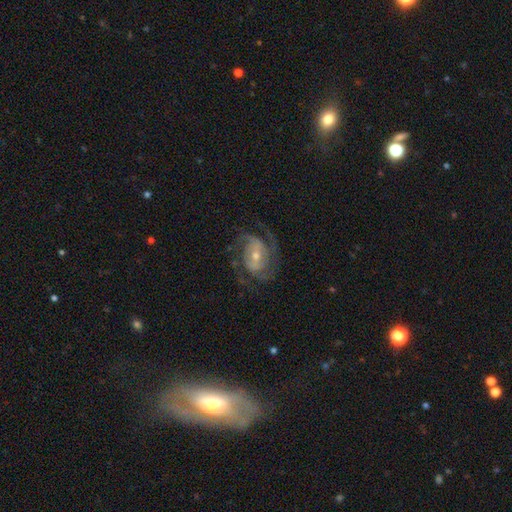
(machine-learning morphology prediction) smooth-or-featured: featured or disk: 88% | smooth: 7% | star or artifact: 6%
  disk-edge-on: no: 97% | yes: 3%
    bar: no: 45% | weak: 40% | strong: 16%
    has-spiral-arms: yes: 96% | no: 4%
      spiral-winding: medium: 48% | tight: 38% | loose: 14%
      spiral-arm-count: 2: 40% | 3: 28% | can't tell: 15% | 4: 7% | 1: 5% | more than 4: 5%
    bulge-size: small: 53% | moderate: 42% | large: 3% | none: 2% | dominant: 1%
  merging: none: 69% | minor disturbance: 16% | major disturbance: 13% | merger: 1%